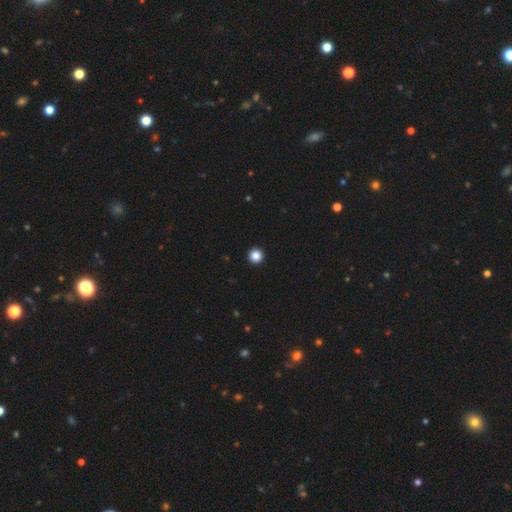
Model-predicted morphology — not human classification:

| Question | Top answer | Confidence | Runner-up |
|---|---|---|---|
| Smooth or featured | smooth | 86% | star or artifact (11%) |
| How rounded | round | 97% | in between (2%) |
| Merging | none | 95% | minor disturbance (3%) |